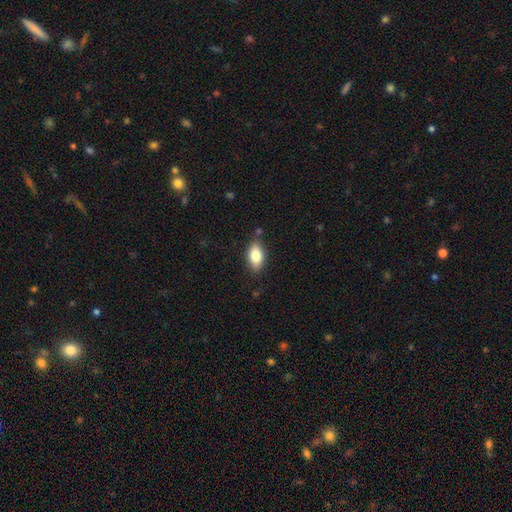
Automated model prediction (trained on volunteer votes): This is likely a smooth galaxy (80%). How rounded: clearly in between (89%). Merging: clearly none (82%).